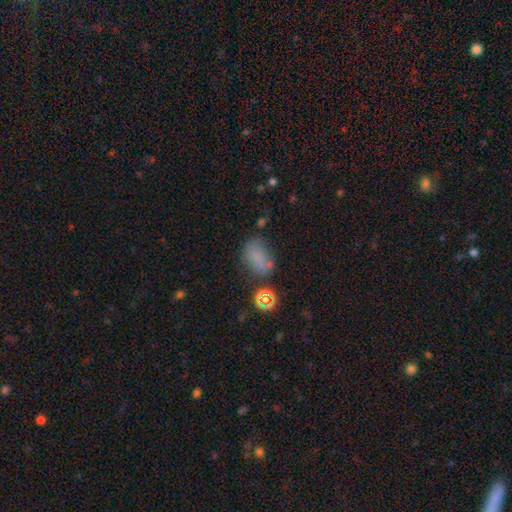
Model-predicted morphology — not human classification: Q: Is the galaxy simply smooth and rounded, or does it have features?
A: smooth — 70%.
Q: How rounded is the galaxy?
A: in between — 81%.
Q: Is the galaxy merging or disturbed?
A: none — 53%.